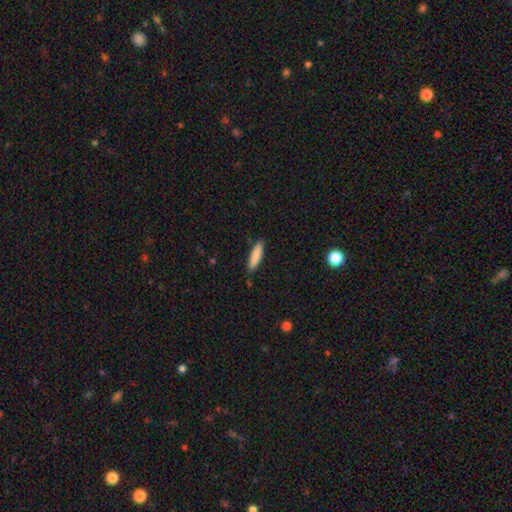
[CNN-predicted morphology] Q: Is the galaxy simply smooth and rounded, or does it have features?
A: smooth — 85%.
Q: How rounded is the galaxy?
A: cigar-shaped — 72%.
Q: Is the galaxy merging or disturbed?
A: none — 86%.